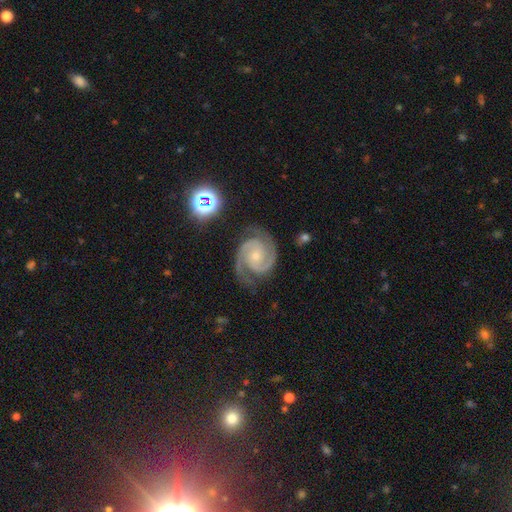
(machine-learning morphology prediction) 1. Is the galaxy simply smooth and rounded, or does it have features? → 92% featured or disk, 5% star or artifact, 3% smooth.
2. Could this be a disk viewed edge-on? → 98% no, 2% yes.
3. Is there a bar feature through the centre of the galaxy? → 64% no, 28% weak, 8% strong.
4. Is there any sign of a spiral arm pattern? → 99% yes, 1% no.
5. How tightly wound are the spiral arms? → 50% tight, 45% medium, 5% loose.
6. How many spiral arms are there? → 91% 2, 3% 3, 2% can't tell, 1% 1, 1% 4, 1% more than 4.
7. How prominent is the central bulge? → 63% small, 31% moderate, 3% none, 1% large, 1% dominant.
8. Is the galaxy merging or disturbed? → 79% none, 15% minor disturbance, 5% major disturbance, 2% merger.